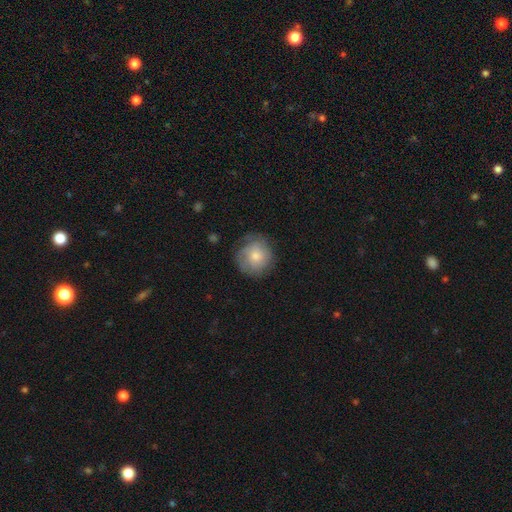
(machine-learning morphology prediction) Smooth or featured: smooth — 66% (featured or disk — 26%)
How rounded: round — 90% (in between — 9%)
Merging: none — 70% (minor disturbance — 21%)